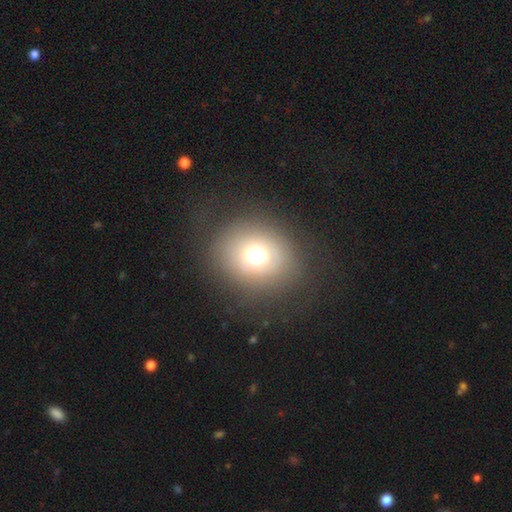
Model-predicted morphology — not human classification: smooth-or-featured: smooth: 67% | featured or disk: 17% | star or artifact: 16%
  how-rounded: round: 75% | in between: 24% | cigar-shaped: 1%
  merging: none: 78% | minor disturbance: 11% | major disturbance: 9% | merger: 1%